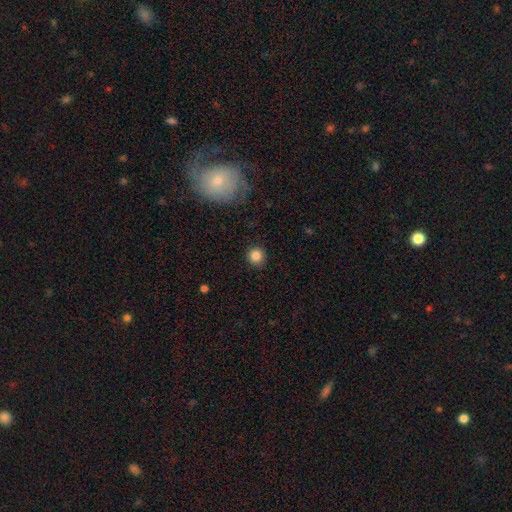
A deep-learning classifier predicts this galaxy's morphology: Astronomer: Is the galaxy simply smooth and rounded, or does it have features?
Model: smooth — 85%.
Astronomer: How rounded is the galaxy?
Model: round — 92%.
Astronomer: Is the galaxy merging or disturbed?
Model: none — 90%.